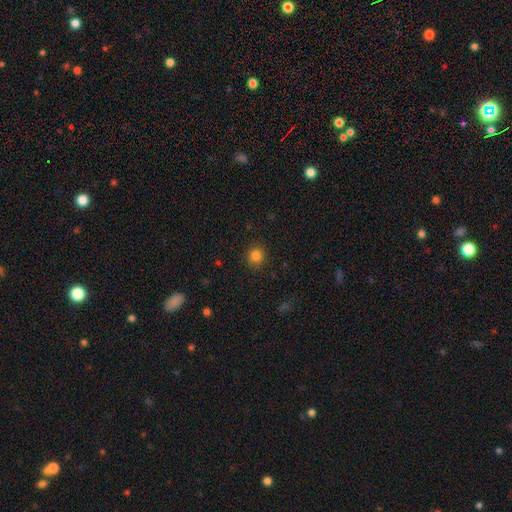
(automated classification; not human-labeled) smooth-or-featured: smooth: 83% | star or artifact: 12% | featured or disk: 4%
  how-rounded: round: 87% | in between: 12% | cigar-shaped: 1%
  merging: none: 89% | minor disturbance: 7% | major disturbance: 2% | merger: 1%